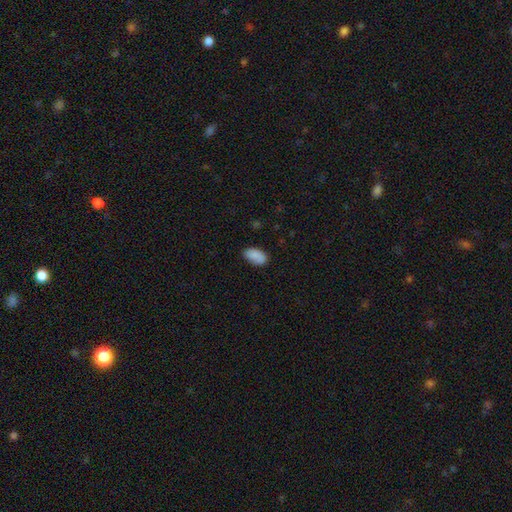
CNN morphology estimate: smooth_or_featured: smooth (p=0.86) [alt: star or artifact p=0.07]
how_rounded: in between (p=0.94) [alt: round p=0.04]
merging: none (p=0.75) [alt: minor disturbance p=0.18]